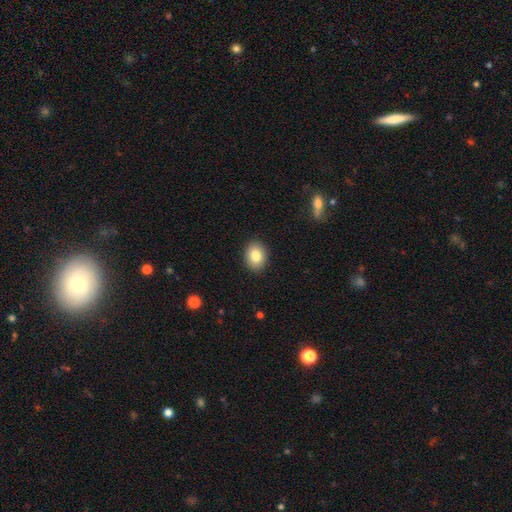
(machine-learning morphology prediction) smooth-or-featured: smooth: 83% | featured or disk: 9% | star or artifact: 9%
  how-rounded: in between: 56% | round: 43% | cigar-shaped: 1%
  merging: none: 90% | minor disturbance: 7% | major disturbance: 2% | merger: 1%